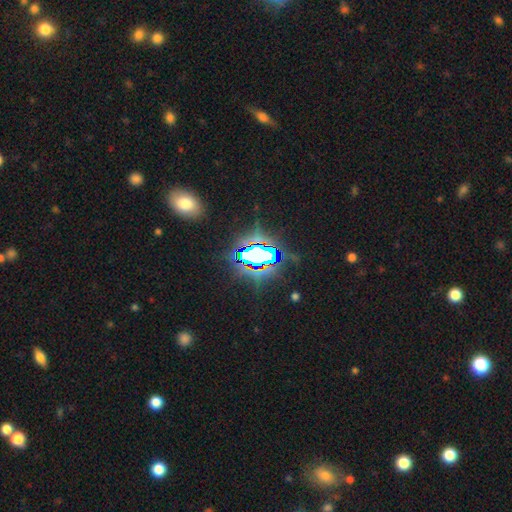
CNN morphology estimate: smooth_or_featured: star or artifact (p=0.73) [alt: smooth p=0.14]